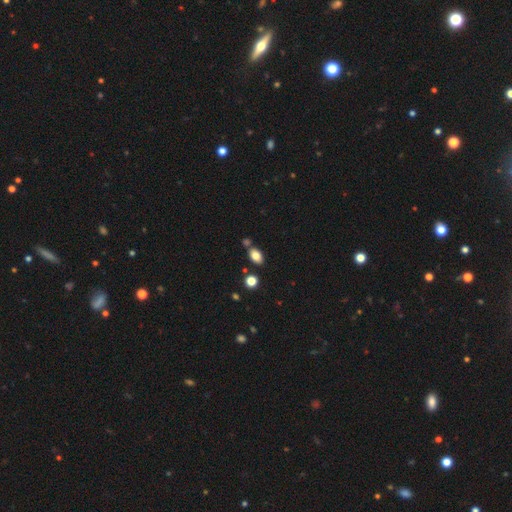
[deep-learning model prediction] A smooth galaxy with no disk features (82%) that is in between round and cigar-shaped (87%). Merging: none (72%).